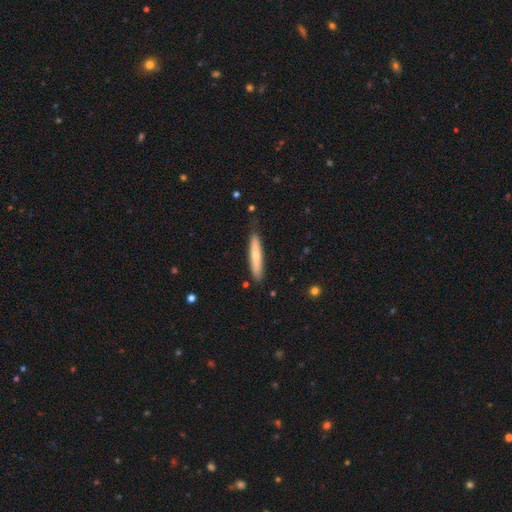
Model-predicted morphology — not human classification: Q: Smooth or featured?
A: smooth (64%); runner-up: featured or disk (30%)
Q: How rounded?
A: cigar-shaped (90%); runner-up: in between (8%)
Q: Merging?
A: none (83%); runner-up: minor disturbance (14%)